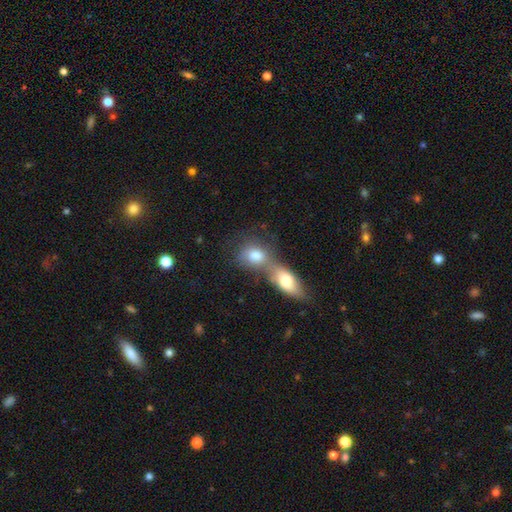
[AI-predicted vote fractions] Morphology: type=smooth (75%); roundness=in between (53%); merging=merger (65%).